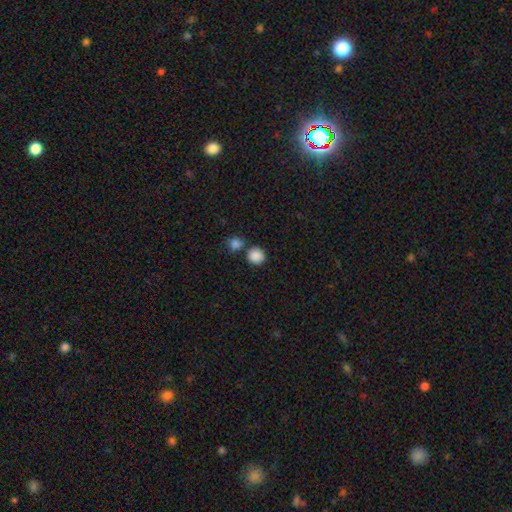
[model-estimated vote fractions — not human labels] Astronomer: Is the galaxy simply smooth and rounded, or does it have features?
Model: smooth — 87%.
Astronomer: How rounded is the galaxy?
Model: round — 85%.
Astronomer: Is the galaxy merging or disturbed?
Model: none — 68%.